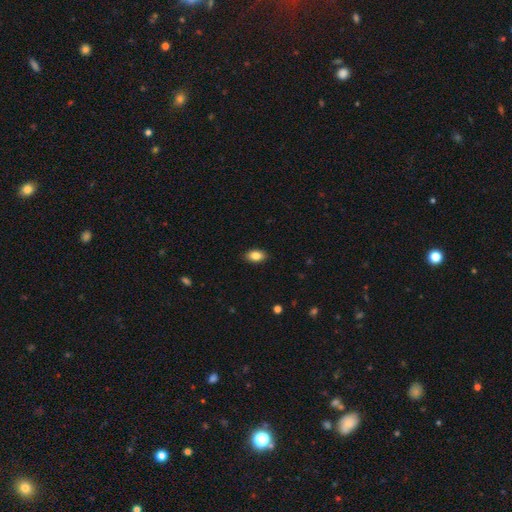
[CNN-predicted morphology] A smooth galaxy with no disk features (85%) that is in between round and cigar-shaped (89%). Merging: none (88%).